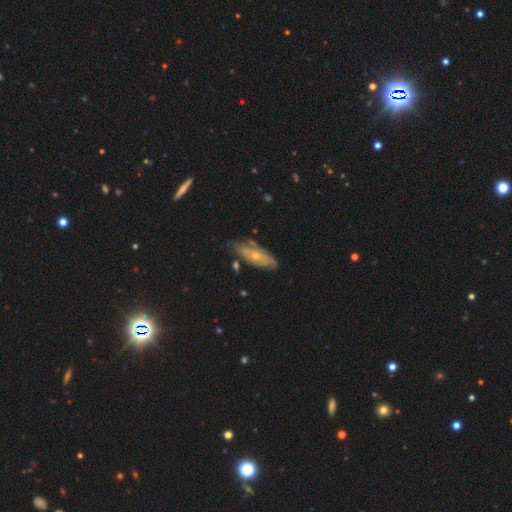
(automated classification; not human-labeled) smooth-or-featured: featured or disk: 62% | smooth: 31% | star or artifact: 6%
  disk-edge-on: no: 80% | yes: 20%
    bar: no: 78% | weak: 18% | strong: 4%
    has-spiral-arms: yes: 70% | no: 30%
    bulge-size: small: 61% | moderate: 36% | none: 2% | large: 1% | dominant: 1%
  merging: none: 66% | minor disturbance: 24% | major disturbance: 6% | merger: 4%